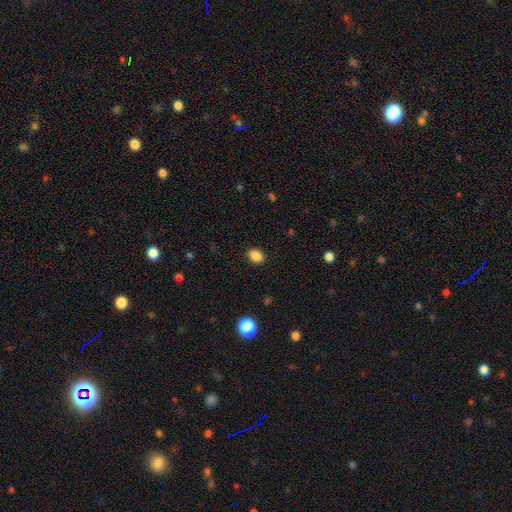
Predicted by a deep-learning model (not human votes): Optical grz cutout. It shows a smooth galaxy with no disk features (87%) that is in between round and cigar-shaped (64%). Merging: none (88%).